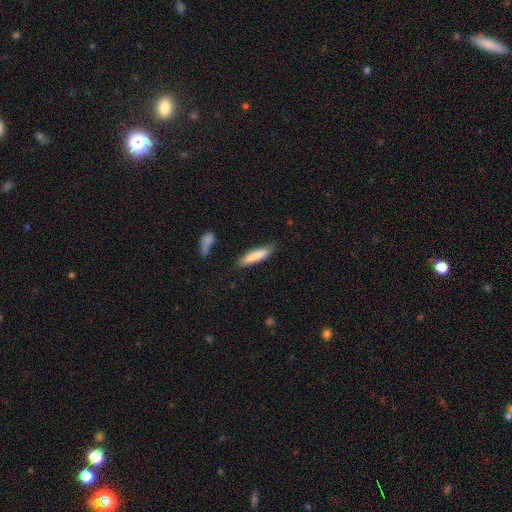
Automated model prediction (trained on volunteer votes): This is clearly a smooth galaxy (82%). How rounded: likely cigar-shaped (78%). Merging: likely none (80%).